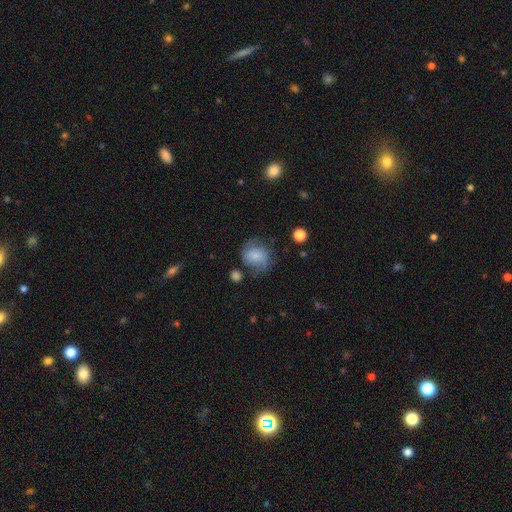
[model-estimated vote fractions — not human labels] The model was most divided on "merging": none: 52%, minor disturbance: 26%, major disturbance: 17%, merger: 4%. More confident: how rounded — round (65%); smooth or featured — smooth (61%).